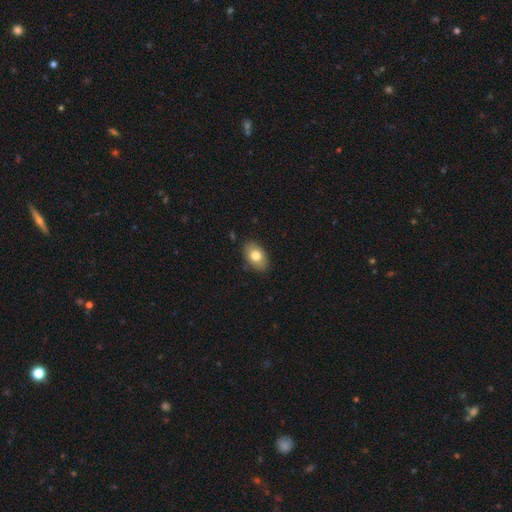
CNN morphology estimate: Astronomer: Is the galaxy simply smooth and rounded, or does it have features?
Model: smooth — 78%.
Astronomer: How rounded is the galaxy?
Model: in between — 88%.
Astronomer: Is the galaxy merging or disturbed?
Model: none — 86%.